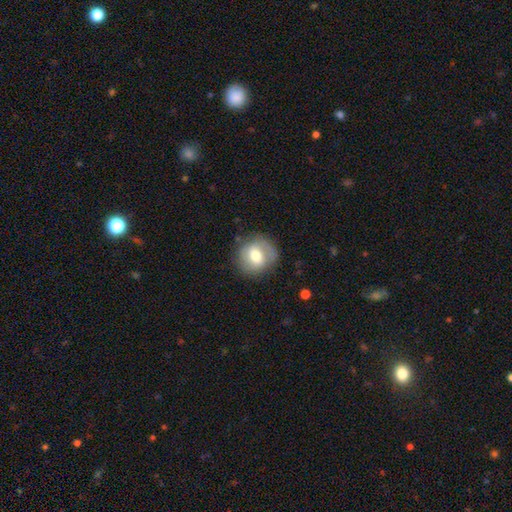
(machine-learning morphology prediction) Overall: smooth (58%; featured or disk 34%). How rounded: round (85%). Merging: none (79%).